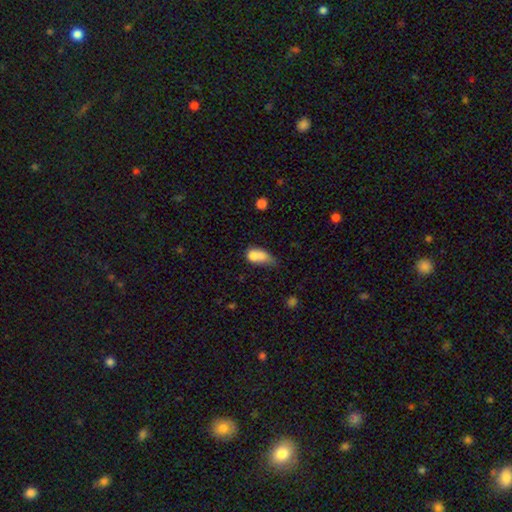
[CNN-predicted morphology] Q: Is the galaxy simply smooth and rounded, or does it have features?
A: smooth — 72%.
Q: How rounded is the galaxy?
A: in between — 74%.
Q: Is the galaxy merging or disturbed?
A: merger — 44%.